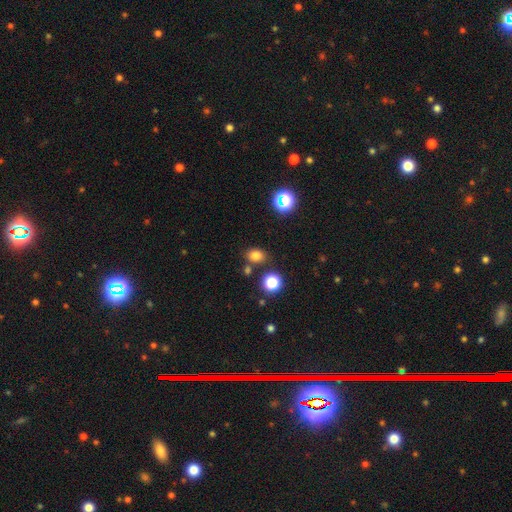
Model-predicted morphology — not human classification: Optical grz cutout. It shows a smooth galaxy with no disk features (77%) that is in between round and cigar-shaped (55%). Merging: none (75%).